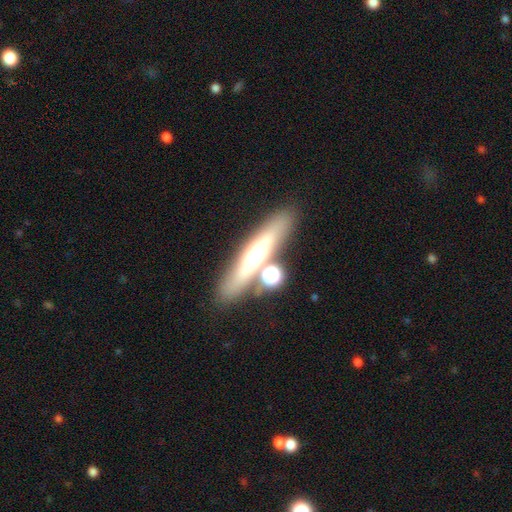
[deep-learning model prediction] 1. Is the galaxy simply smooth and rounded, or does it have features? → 49% featured or disk, 39% smooth, 12% star or artifact.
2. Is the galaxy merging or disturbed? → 72% none, 15% merger, 10% minor disturbance, 4% major disturbance.